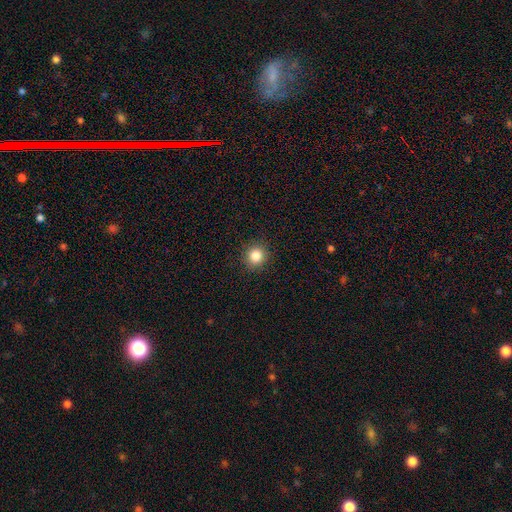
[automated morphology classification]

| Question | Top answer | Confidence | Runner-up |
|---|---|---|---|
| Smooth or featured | smooth | 83% | star or artifact (12%) |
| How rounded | round | 92% | in between (7%) |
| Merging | none | 92% | minor disturbance (5%) |